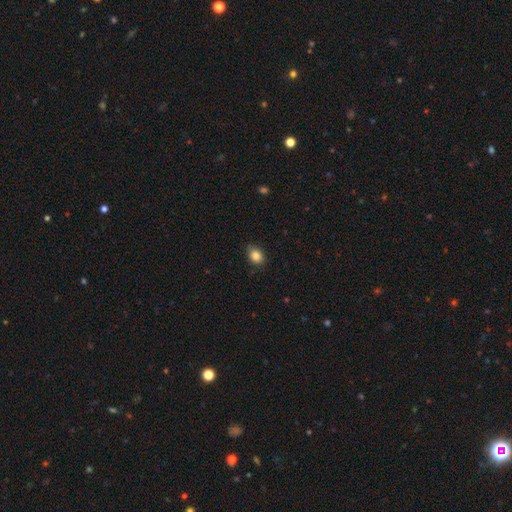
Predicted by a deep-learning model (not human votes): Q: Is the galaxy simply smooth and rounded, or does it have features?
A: smooth — 86%.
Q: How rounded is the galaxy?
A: in between — 62%.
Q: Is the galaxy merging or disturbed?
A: none — 82%.